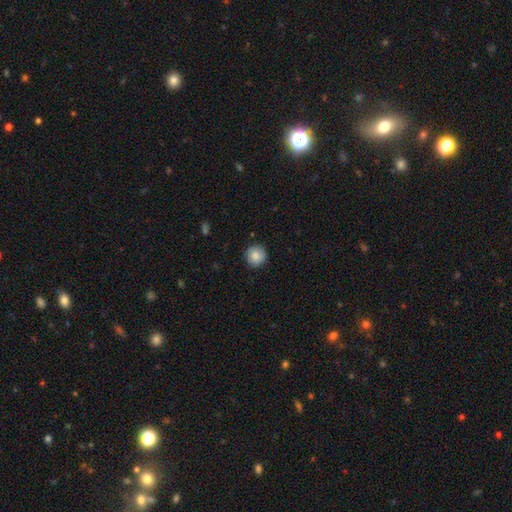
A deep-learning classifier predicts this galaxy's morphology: Overall: smooth (85%). How rounded: round (94%). Merging: none (88%).